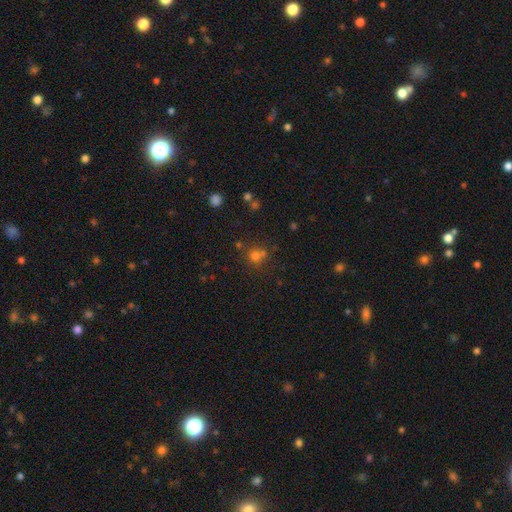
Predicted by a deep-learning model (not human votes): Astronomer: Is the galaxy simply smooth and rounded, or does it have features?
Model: smooth — 69%.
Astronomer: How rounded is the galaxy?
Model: round — 88%.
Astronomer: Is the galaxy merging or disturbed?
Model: none — 62%.